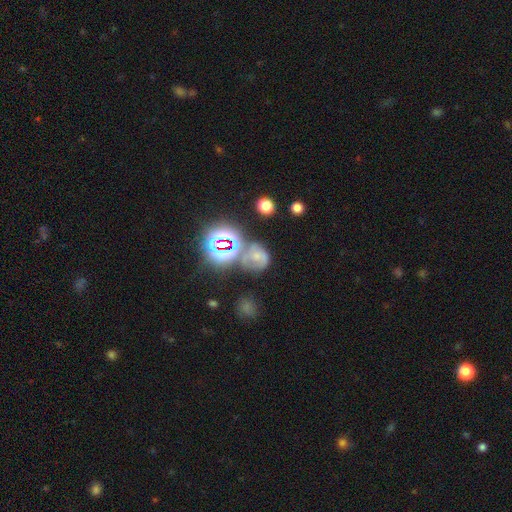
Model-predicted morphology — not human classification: A smooth galaxy with no disk features (44%).

Vote fractions:
- Smooth or featured? smooth: 44% / star or artifact: 31% / featured or disk: 25%
- Merging? none: 43% / merger: 21% / minor disturbance: 19% / major disturbance: 16%